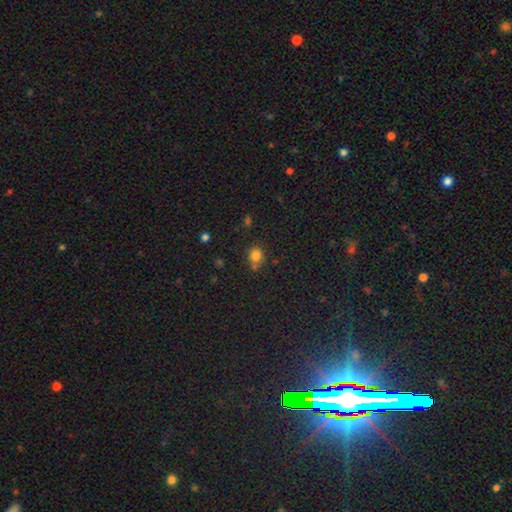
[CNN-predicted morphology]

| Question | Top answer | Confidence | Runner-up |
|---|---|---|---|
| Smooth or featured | smooth | 79% | star or artifact (14%) |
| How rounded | round | 75% | in between (24%) |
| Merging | none | 64% | merger (17%) |